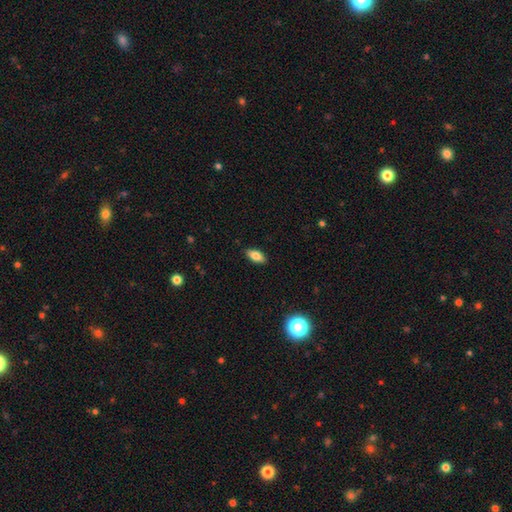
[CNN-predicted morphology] Smooth or featured?
  - smooth: 79% *
  - featured or disk: 12%
  - star or artifact: 8%
How rounded?
  - in between: 88% *
  - cigar-shaped: 9%
  - round: 3%
Merging?
  - none: 88% *
  - minor disturbance: 9%
  - major disturbance: 2%
  - merger: 1%